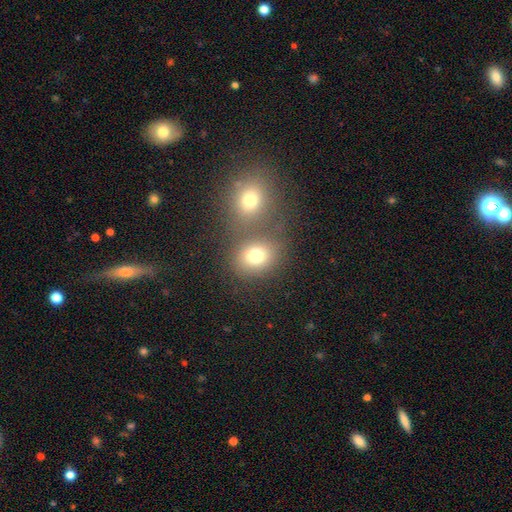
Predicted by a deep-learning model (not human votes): Smooth or featured? Predicted: smooth (p=0.77). How rounded? Predicted: round (p=0.65). Merging? Predicted: none (p=0.55).